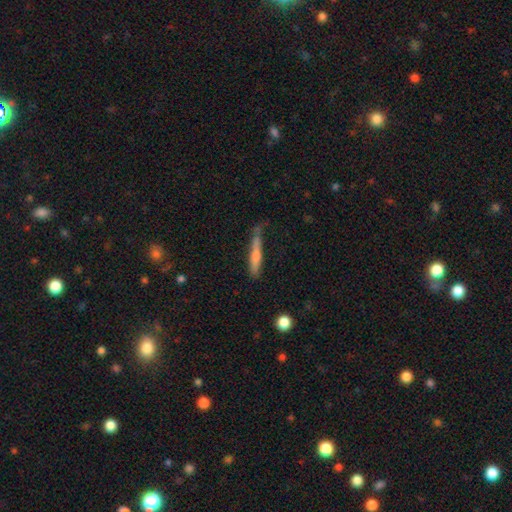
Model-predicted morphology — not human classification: Smooth or featured? featured or disk (44%)
Merging? none (66%)